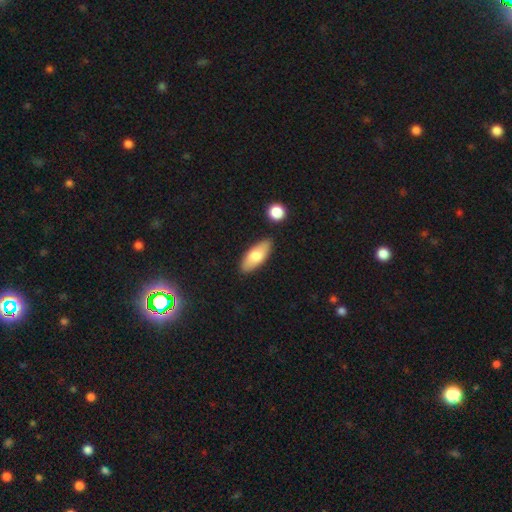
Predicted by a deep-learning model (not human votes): smooth_or_featured: smooth (p=0.74) [alt: featured or disk p=0.20]
how_rounded: in between (p=0.81) [alt: cigar-shaped p=0.17]
merging: none (p=0.84) [alt: minor disturbance p=0.10]